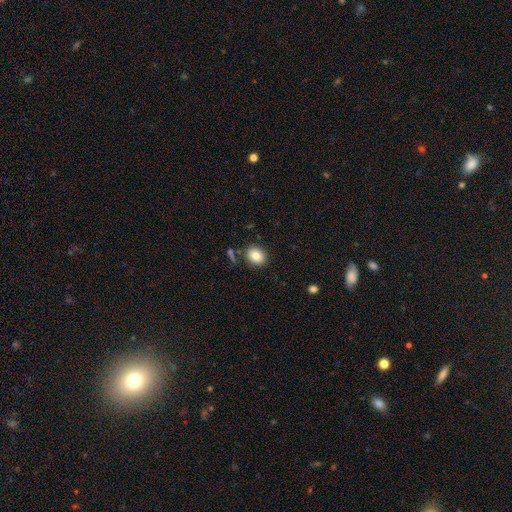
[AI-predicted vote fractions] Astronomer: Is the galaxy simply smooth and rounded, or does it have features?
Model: smooth — 85%.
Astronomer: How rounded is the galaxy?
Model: round — 51% (runner-up: in between, 48%).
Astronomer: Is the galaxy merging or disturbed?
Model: none — 84%.